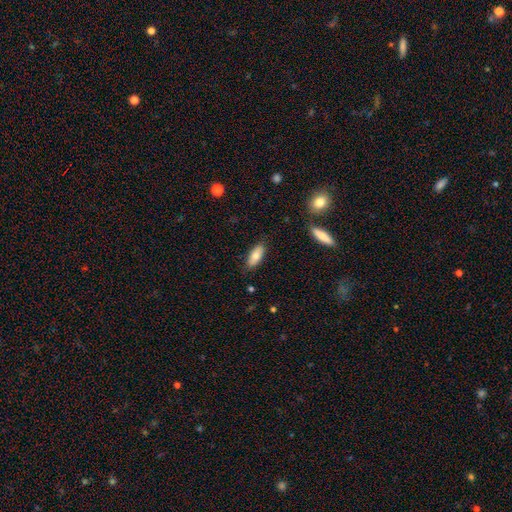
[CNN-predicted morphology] type=smooth (79%); roundness=in between (77%); merging=none (84%).